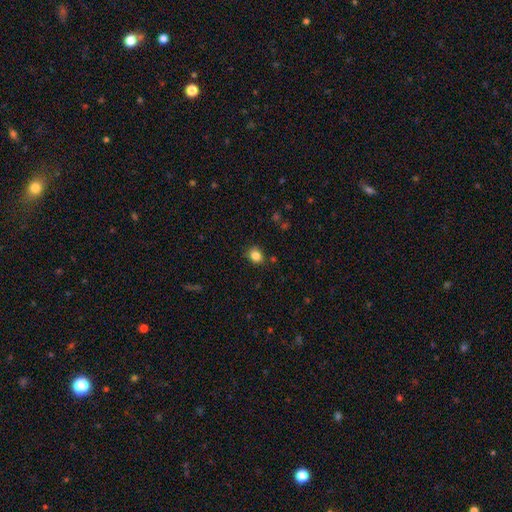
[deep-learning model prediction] This appears to be a smooth galaxy with no disk features (84%) that is round (64%). Merging: none (85%).